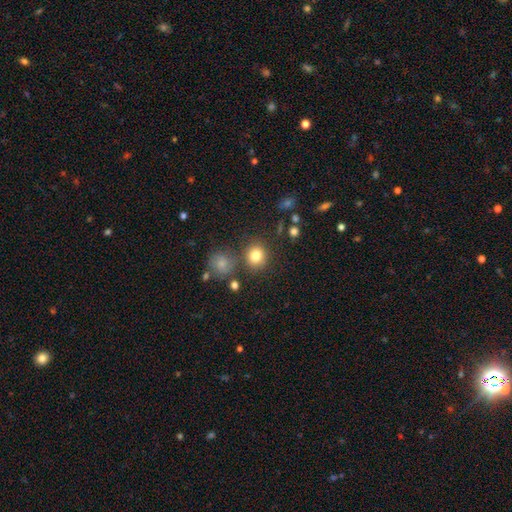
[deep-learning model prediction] smooth_or_featured: smooth (p=0.81) [alt: star or artifact p=0.12]
how_rounded: round (p=0.82) [alt: in between p=0.17]
merging: none (p=0.80) [alt: minor disturbance p=0.10]